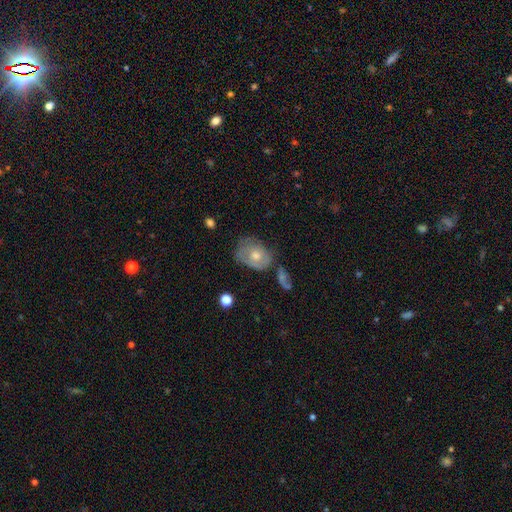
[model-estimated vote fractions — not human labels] smooth-or-featured: featured or disk: 45% (tied) | smooth: 45% (tied) | star or artifact: 10%
  merging: none: 47% | minor disturbance: 27% | major disturbance: 15% | merger: 11%